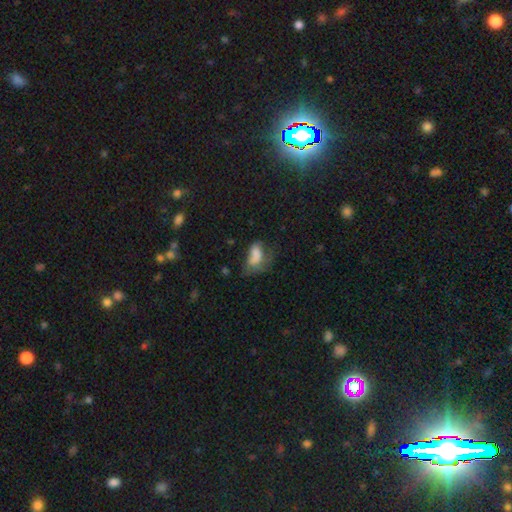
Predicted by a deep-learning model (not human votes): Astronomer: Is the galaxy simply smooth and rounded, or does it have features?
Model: smooth — 67%.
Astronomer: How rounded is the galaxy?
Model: in between — 88%.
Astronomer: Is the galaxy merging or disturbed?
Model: major disturbance — 45% (runner-up: minor disturbance, 27%).